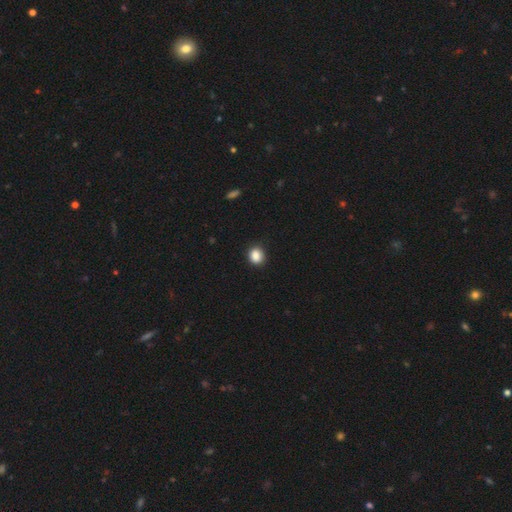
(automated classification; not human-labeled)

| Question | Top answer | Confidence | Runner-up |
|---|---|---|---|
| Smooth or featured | smooth | 87% | star or artifact (10%) |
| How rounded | round | 73% | in between (26%) |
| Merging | none | 89% | minor disturbance (8%) |